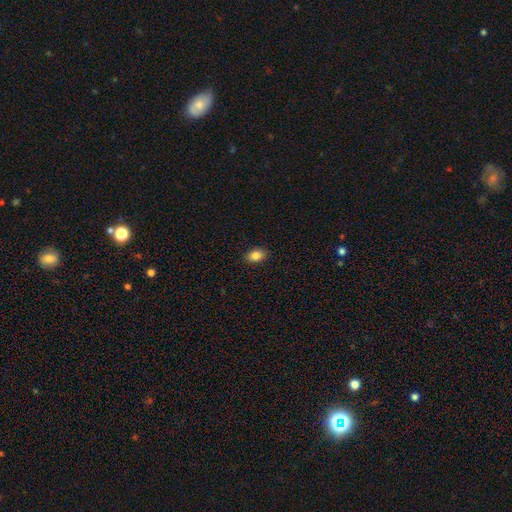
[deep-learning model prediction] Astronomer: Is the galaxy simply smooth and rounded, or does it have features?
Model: smooth — 85%.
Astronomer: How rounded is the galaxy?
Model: in between — 80%.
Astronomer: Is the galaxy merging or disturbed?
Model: none — 89%.